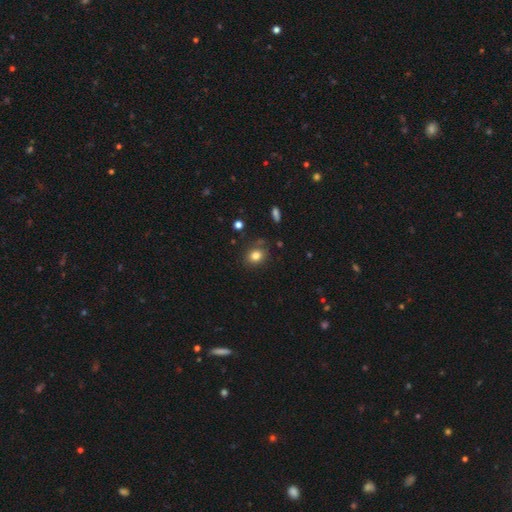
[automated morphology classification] Smooth or featured?
  - smooth: 82% *
  - star or artifact: 11%
  - featured or disk: 7%
How rounded?
  - round: 57% *
  - in between: 42%
  - cigar-shaped: 1%
Merging?
  - none: 80% *
  - minor disturbance: 14%
  - major disturbance: 3%
  - merger: 3%